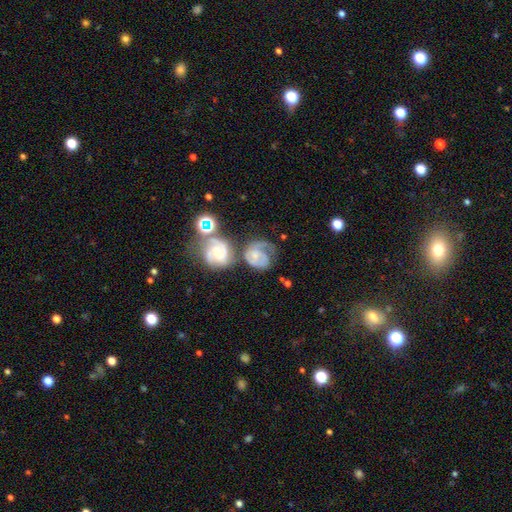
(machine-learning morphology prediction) type=featured or disk (71%); edge-on=no (98%); bar=no (64%); spiral arms=yes (91%); winding=tight (51%); arm count=1 (42%); bulge=moderate (42%); merging=merger (33%).